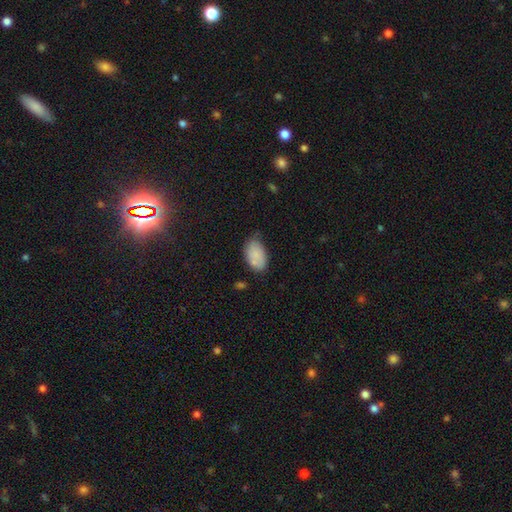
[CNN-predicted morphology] Smooth or featured?
  - smooth: 83% *
  - featured or disk: 10%
  - star or artifact: 7%
How rounded?
  - in between: 93% *
  - round: 5%
  - cigar-shaped: 1%
Merging?
  - none: 55% *
  - minor disturbance: 33%
  - major disturbance: 6%
  - merger: 5%